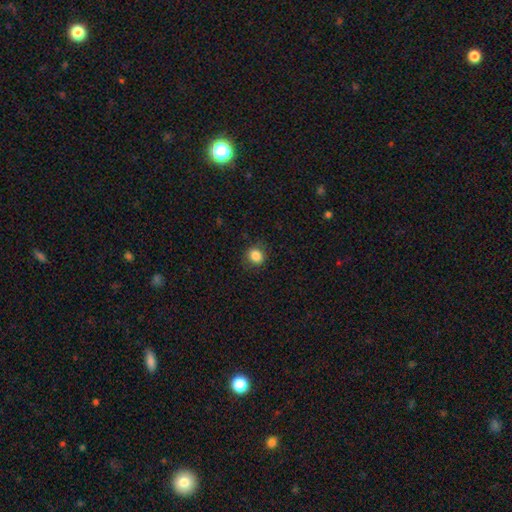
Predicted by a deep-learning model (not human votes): Smooth or featured? Predicted: smooth (p=0.85). How rounded? Predicted: round (p=0.79). Merging? Predicted: none (p=0.86).